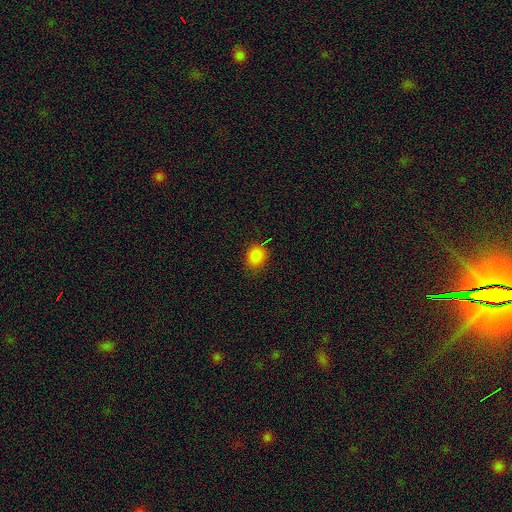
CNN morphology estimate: The model was most divided on "how rounded": round: 67%, in between: 32%, cigar-shaped: 1%. More confident: smooth or featured — smooth (84%); merging — none (82%).